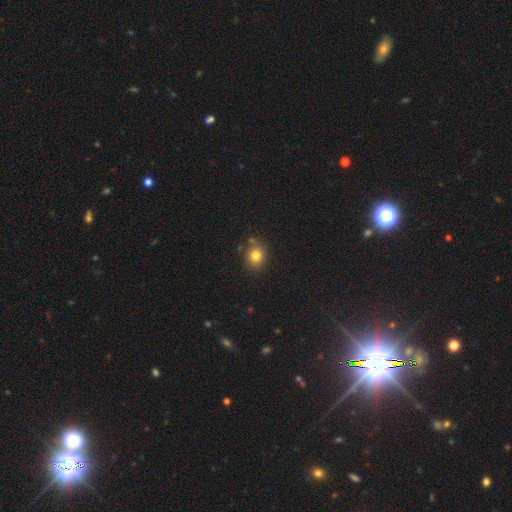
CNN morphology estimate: This is likely a smooth galaxy (80%). How rounded: likely round (68%). Merging: likely none (78%).